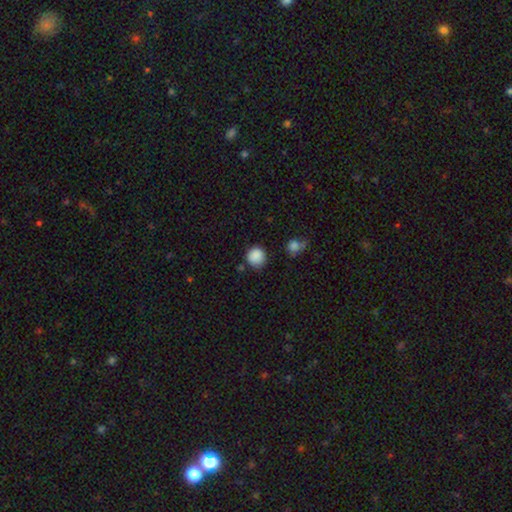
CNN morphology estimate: A smooth galaxy with no disk features (87%) that is round (91%). Merging: none (77%).